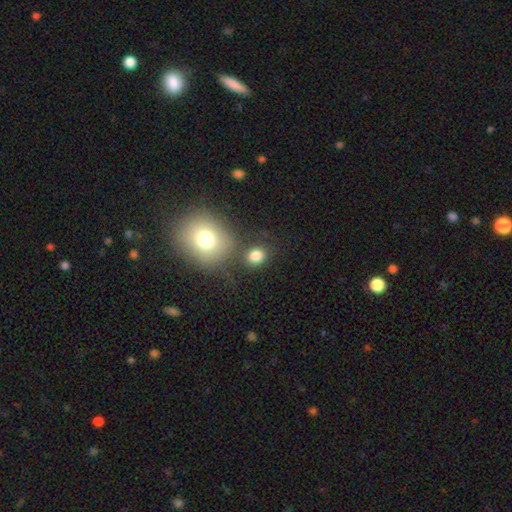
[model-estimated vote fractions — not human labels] The model was most divided on "how rounded": round: 65%, in between: 34%, cigar-shaped: 1%. More confident: smooth or featured — smooth (81%); merging — none (71%).